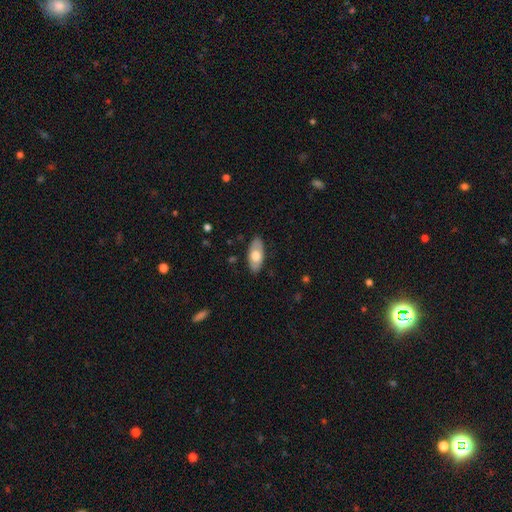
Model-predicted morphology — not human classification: Overall: smooth (61%; featured or disk 33%). How rounded: in between (91%). Merging: none (85%).